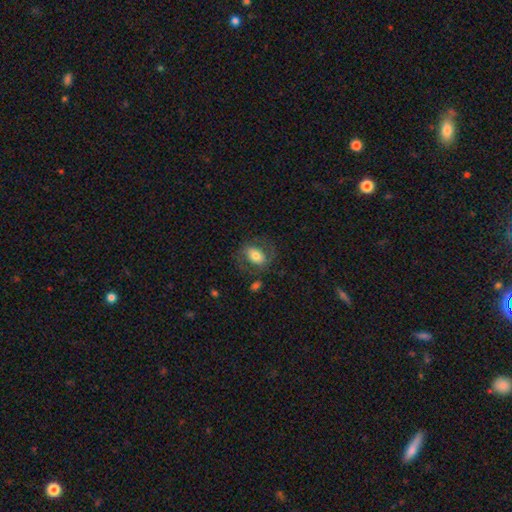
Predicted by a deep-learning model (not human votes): Smooth or featured?
  - smooth: 55% *
  - featured or disk: 38%
  - star or artifact: 7%
How rounded?
  - in between: 78% *
  - round: 20%
  - cigar-shaped: 2%
Merging?
  - none: 62% *
  - minor disturbance: 19%
  - major disturbance: 16%
  - merger: 3%